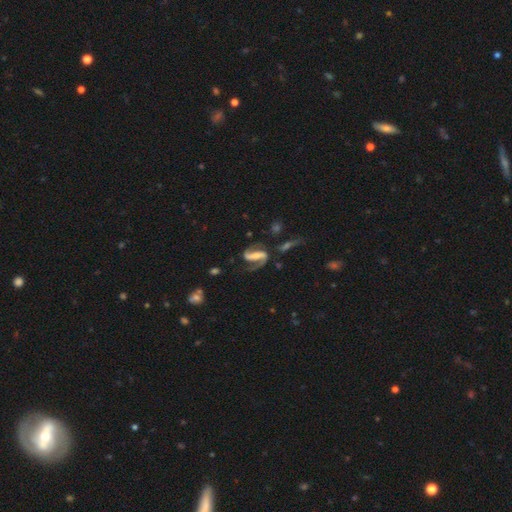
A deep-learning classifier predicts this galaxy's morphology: A featured or disk galaxy (87%) with a strong bar (60%), 2 (88%) medium (47%) spiral arms (96%) and a small central bulge (33%).

Vote fractions:
- Smooth or featured? featured or disk: 87% / smooth: 7% / star or artifact: 6%
- Edge-on disk? no: 96% / yes: 4%
- Bar? strong: 60% / weak: 27% / no: 13%
- Spiral arms? yes: 96% / no: 4%
- Spiral winding? medium: 47% / loose: 40% / tight: 14%
- Spiral arm count? 2: 88% / 1: 7% / can't tell: 2% / 3: 1% / 4: 1% / more than 4: 1%
- Bulge size? small: 33% / none: 30% / moderate: 25% / large: 9% / dominant: 2%
- Merging? none: 63% / minor disturbance: 16% / major disturbance: 16% / merger: 5%